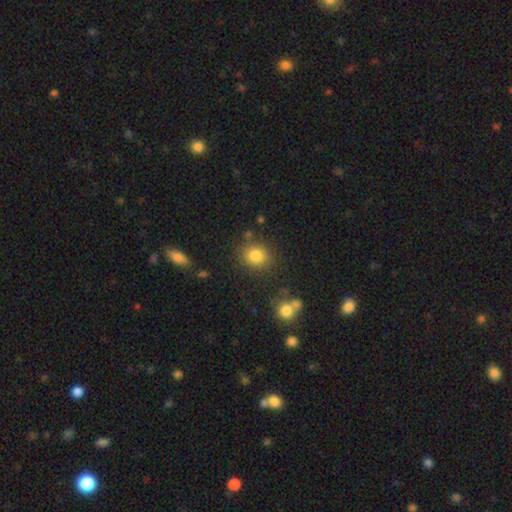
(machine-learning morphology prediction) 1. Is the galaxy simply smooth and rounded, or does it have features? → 83% smooth, 11% star or artifact, 6% featured or disk.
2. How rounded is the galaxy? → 73% round, 26% in between, 1% cigar-shaped.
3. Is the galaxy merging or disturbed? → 82% none, 10% minor disturbance, 5% merger, 4% major disturbance.